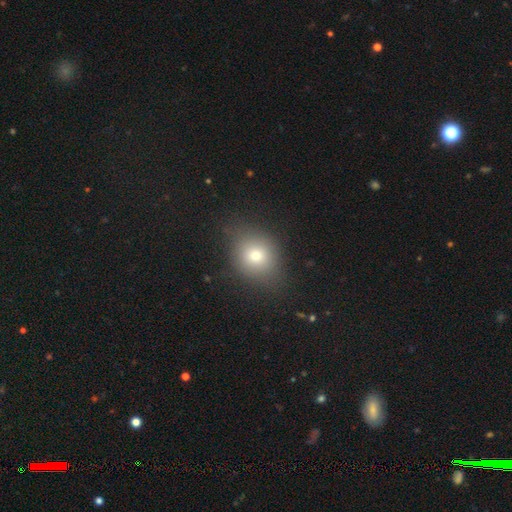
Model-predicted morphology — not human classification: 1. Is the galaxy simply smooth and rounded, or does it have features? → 75% smooth, 13% star or artifact, 12% featured or disk.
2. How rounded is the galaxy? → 59% round, 39% in between, 1% cigar-shaped.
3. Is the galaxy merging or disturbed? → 75% none, 18% minor disturbance, 6% major disturbance, 1% merger.